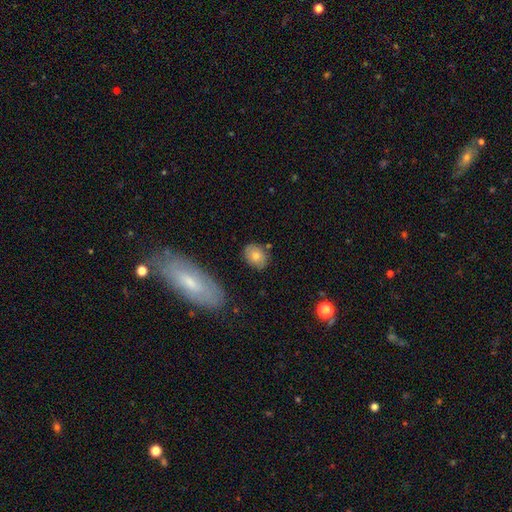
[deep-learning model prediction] Smooth or featured? Predicted: smooth (p=0.72). How rounded? Predicted: in between (p=0.58). Merging? Predicted: none (p=0.80).